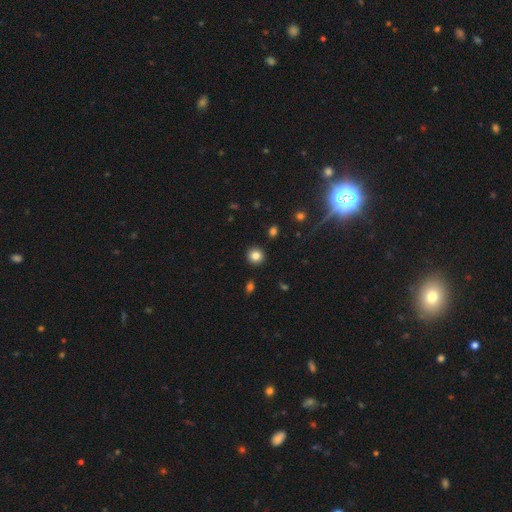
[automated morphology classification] smooth_or_featured: smooth (p=0.83) [alt: star or artifact p=0.11]
how_rounded: round (p=0.93) [alt: in between p=0.06]
merging: none (p=0.92) [alt: minor disturbance p=0.05]